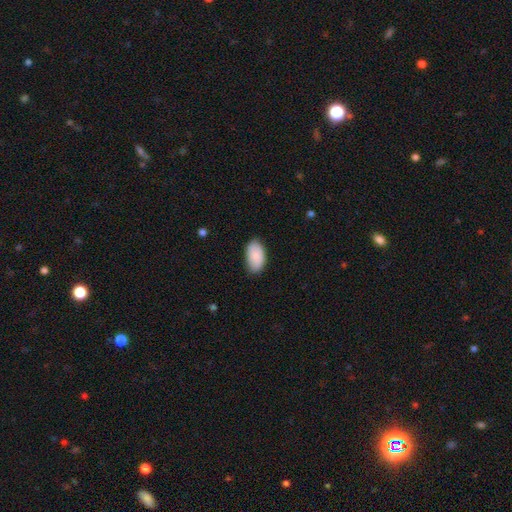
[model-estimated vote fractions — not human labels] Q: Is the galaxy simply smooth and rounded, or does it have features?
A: smooth — 87%.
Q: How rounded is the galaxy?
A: in between — 95%.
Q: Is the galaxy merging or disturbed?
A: none — 79%.